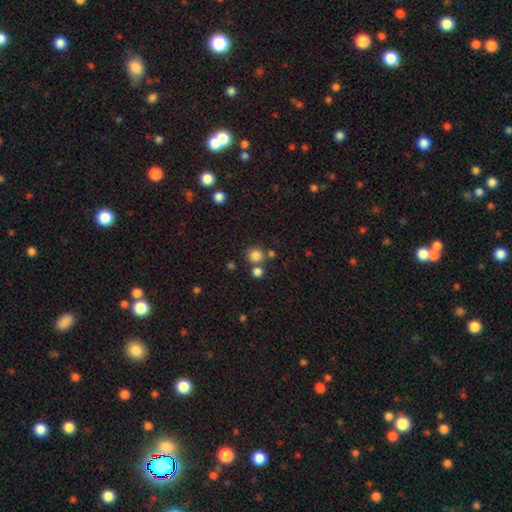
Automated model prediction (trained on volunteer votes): This is clearly a smooth galaxy (82%). How rounded: clearly round (90%). Merging: likely none (70%).